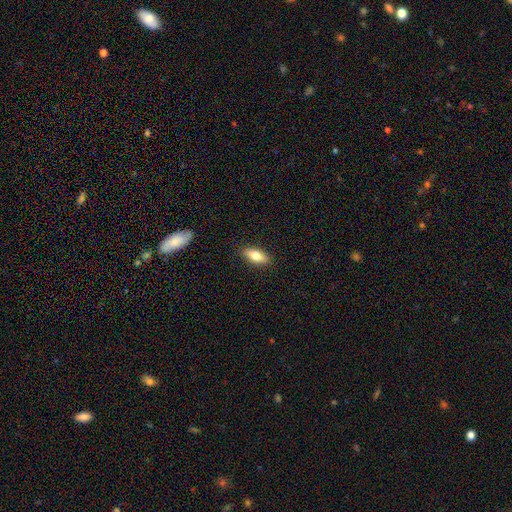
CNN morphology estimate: type=smooth (73%); roundness=in between (74%); merging=none (88%).